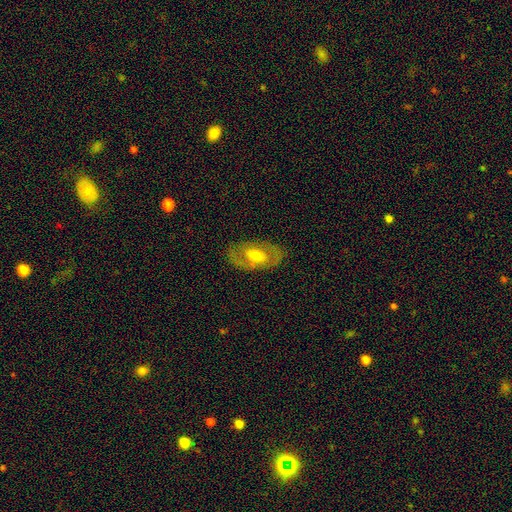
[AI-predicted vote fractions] Smooth or featured?
  - featured or disk: 56% *
  - smooth: 38%
  - star or artifact: 6%
Edge-on disk?
  - no: 90% *
  - yes: 10%
Bar?
  - no: 55% *
  - weak: 32%
  - strong: 13%
Spiral arms?
  - no: 61% *
  - yes: 39%
Bulge size?
  - moderate: 64% *
  - large: 20%
  - small: 13%
  - none: 2%
  - dominant: 2%
Merging?
  - none: 80% *
  - minor disturbance: 13%
  - major disturbance: 6%
  - merger: 1%